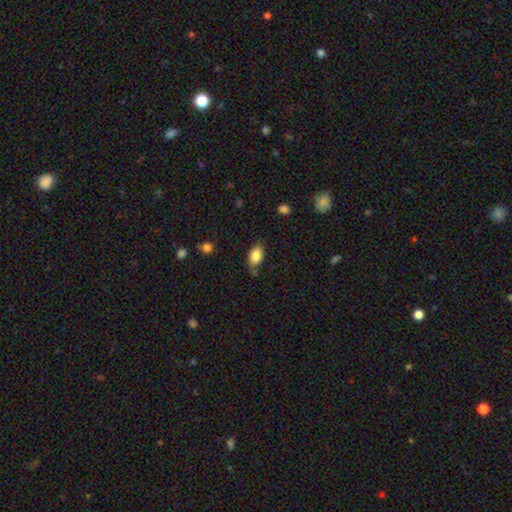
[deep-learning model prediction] smooth 84%, featured or disk 8%, star or artifact 8%. Down the decision tree: how rounded — in between (90%); merging — none (70%).